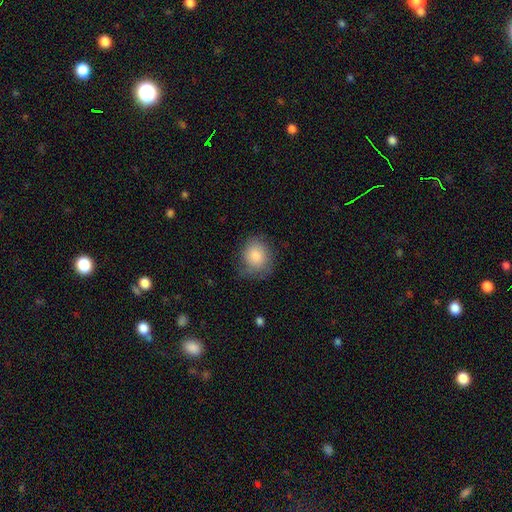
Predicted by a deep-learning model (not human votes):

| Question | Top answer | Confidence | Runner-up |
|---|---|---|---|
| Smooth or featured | smooth | 83% | featured or disk (10%) |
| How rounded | round | 70% | in between (29%) |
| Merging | none | 64% | minor disturbance (26%) |